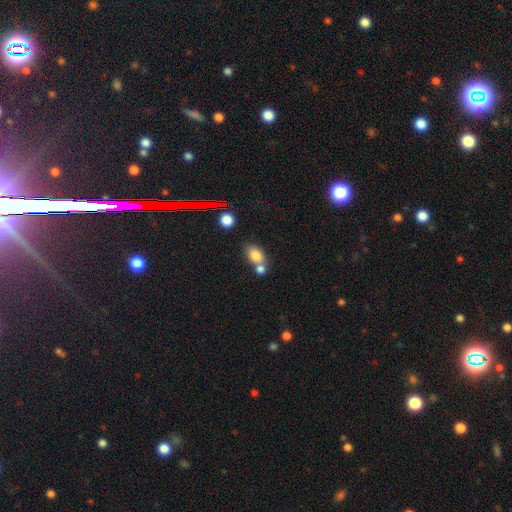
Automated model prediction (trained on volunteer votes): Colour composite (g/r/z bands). It shows a smooth galaxy with no disk features (80%) that is in between round and cigar-shaped (76%). Merging: none (45%).